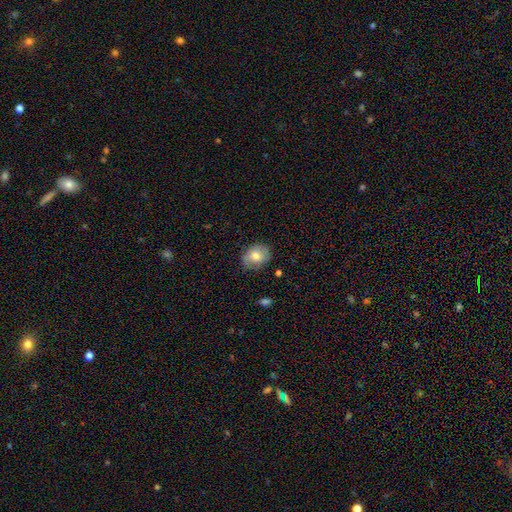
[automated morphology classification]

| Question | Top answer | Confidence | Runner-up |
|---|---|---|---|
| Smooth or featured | smooth | 75% | featured or disk (17%) |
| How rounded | in between | 58% | round (41%) |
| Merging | none | 74% | minor disturbance (21%) |